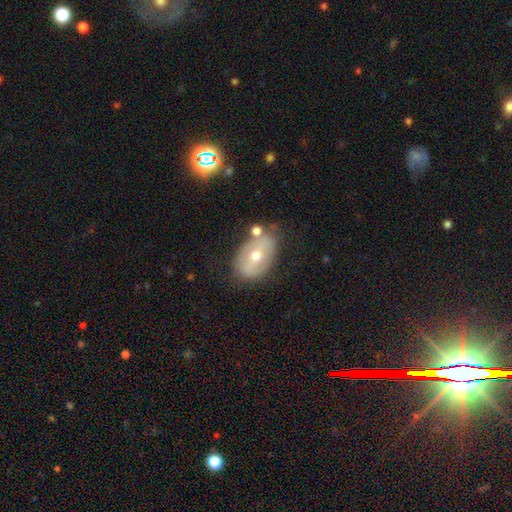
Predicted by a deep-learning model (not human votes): Smooth or featured? Predicted: featured or disk (p=0.50). Merging? Predicted: none (p=0.65).